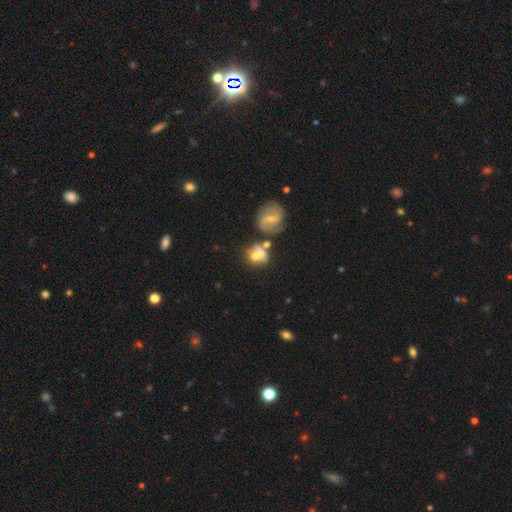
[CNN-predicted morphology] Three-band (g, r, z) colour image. It shows a smooth galaxy with no disk features (50%). Merging: merger (45%).